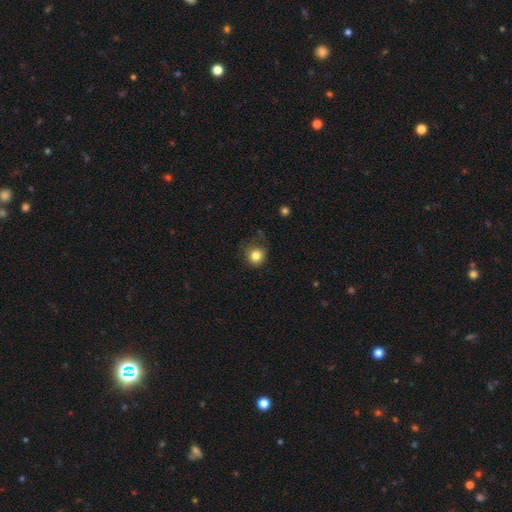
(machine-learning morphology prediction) The model was most divided on "merging": none: 73%, minor disturbance: 19%, major disturbance: 6%, merger: 2%. More confident: how rounded — round (89%); smooth or featured — smooth (82%).